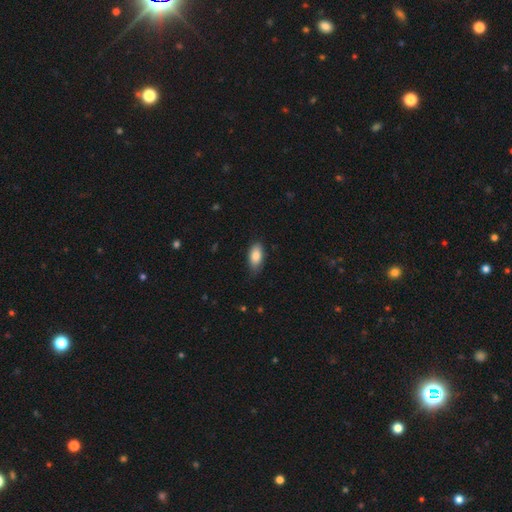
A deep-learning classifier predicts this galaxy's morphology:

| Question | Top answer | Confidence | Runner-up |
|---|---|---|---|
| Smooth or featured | smooth | 85% | featured or disk (8%) |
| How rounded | in between | 91% | cigar-shaped (6%) |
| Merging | none | 77% | minor disturbance (19%) |